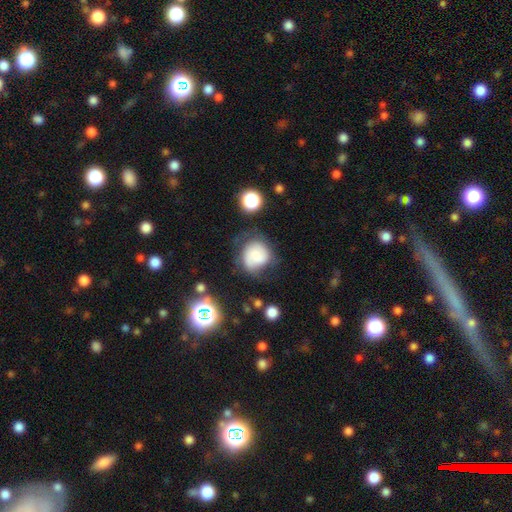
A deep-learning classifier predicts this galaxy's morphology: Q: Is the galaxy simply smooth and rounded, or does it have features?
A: smooth — 57%.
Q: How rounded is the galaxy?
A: round — 76%.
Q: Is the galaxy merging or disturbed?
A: none — 49%.